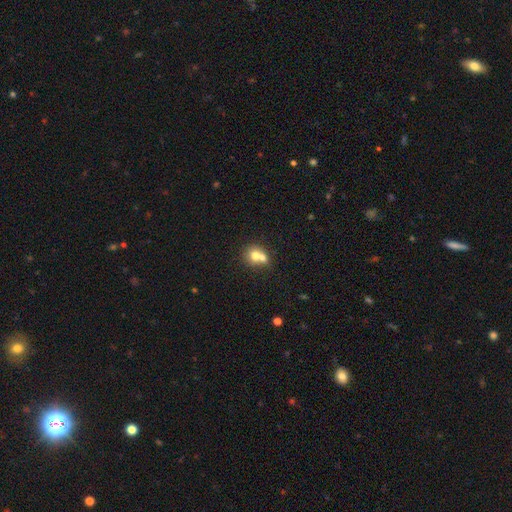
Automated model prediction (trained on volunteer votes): Overall: smooth (70%). How rounded: round (77%). Merging: merger (58%; none 33%).